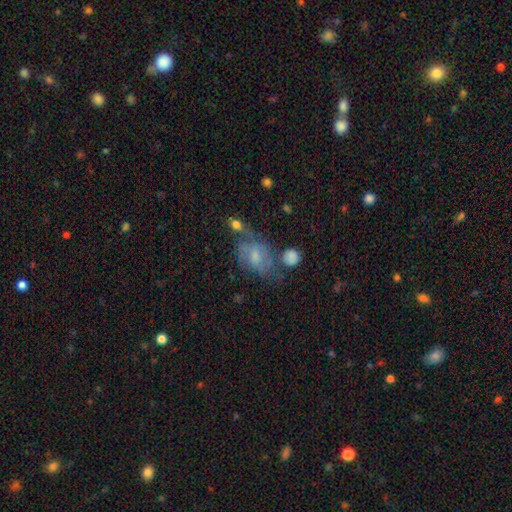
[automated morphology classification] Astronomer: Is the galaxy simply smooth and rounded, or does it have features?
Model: featured or disk — 53% (runner-up: smooth, 36%).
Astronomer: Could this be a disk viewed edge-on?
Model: no — 95%.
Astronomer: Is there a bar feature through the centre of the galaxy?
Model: no — 52% (runner-up: weak, 40%).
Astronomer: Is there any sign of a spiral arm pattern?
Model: yes — 73%.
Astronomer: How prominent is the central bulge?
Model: moderate — 45% (runner-up: small, 38%).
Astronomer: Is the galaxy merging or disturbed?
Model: none — 40% (runner-up: minor disturbance, 23%).